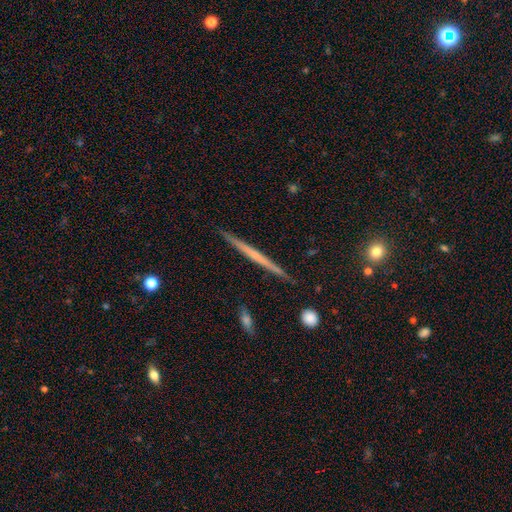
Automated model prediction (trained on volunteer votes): Smooth or featured? Predicted: featured or disk (p=0.61). Edge-on disk? Predicted: yes (p=0.98). Edge-on bulge? Predicted: none (p=0.81). Merging? Predicted: none (p=0.91).